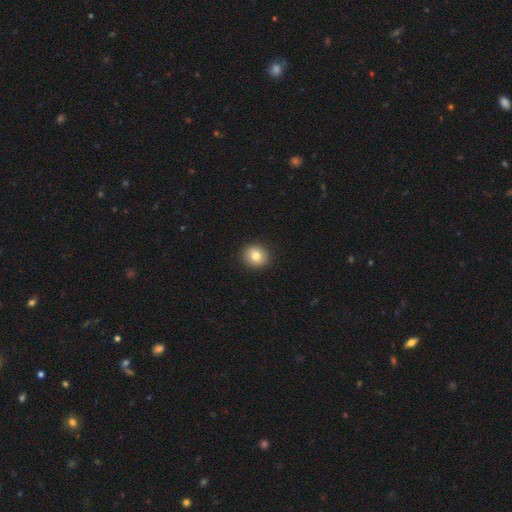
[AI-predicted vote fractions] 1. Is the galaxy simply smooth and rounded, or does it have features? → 81% smooth, 9% star or artifact, 9% featured or disk.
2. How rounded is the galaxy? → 82% round, 17% in between, 1% cigar-shaped.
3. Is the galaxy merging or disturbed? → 92% none, 6% minor disturbance, 2% major disturbance, 1% merger.